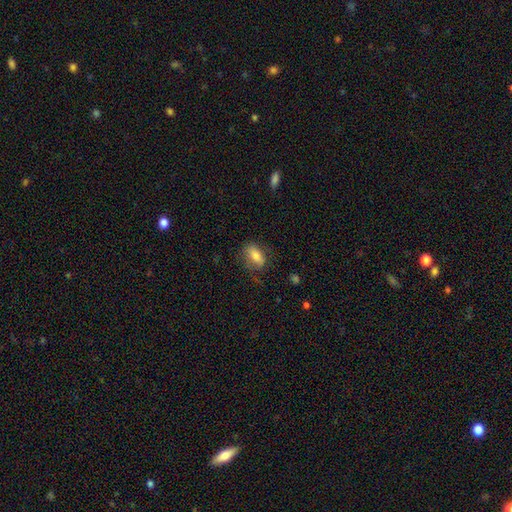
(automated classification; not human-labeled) Smooth or featured? Predicted: smooth (p=0.76). How rounded? Predicted: in between (p=0.86). Merging? Predicted: none (p=0.66).